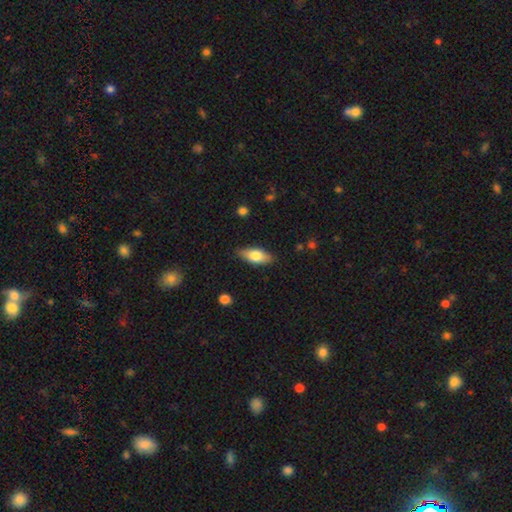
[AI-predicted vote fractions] Smooth or featured?
  - smooth: 72% *
  - featured or disk: 22%
  - star or artifact: 6%
How rounded?
  - in between: 83% *
  - cigar-shaped: 14%
  - round: 3%
Merging?
  - none: 84% *
  - minor disturbance: 12%
  - major disturbance: 2%
  - merger: 1%